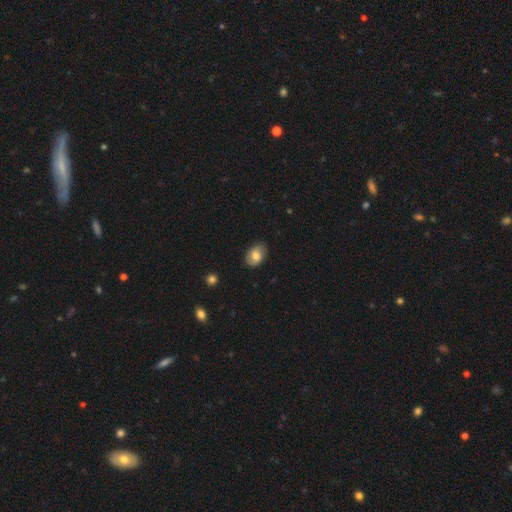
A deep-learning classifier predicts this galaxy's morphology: smooth-or-featured: smooth: 70% | featured or disk: 22% | star or artifact: 8%
  how-rounded: in between: 81% | round: 18% | cigar-shaped: 1%
  merging: none: 81% | minor disturbance: 15% | major disturbance: 3% | merger: 1%